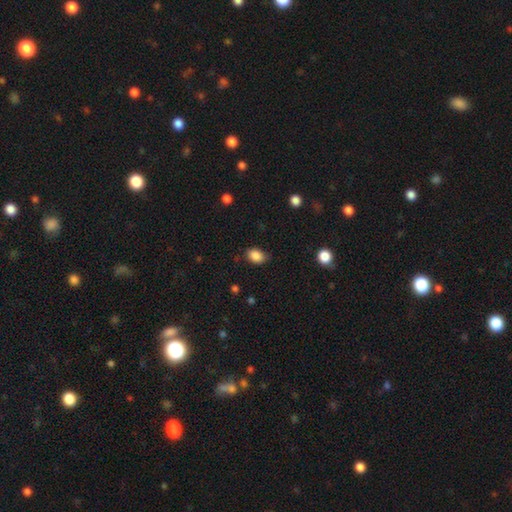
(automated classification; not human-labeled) smooth_or_featured: smooth (p=0.87) [alt: star or artifact p=0.09]
how_rounded: in between (p=0.77) [alt: round p=0.22]
merging: none (p=0.73) [alt: minor disturbance p=0.21]